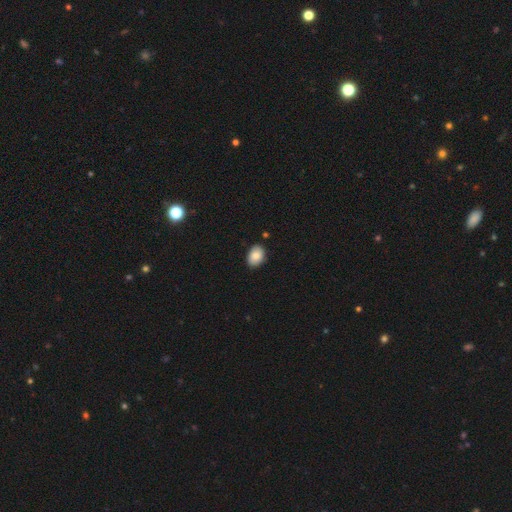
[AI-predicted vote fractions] smooth-or-featured: smooth: 85% | featured or disk: 8% | star or artifact: 7%
  how-rounded: in between: 85% | round: 14% | cigar-shaped: 1%
  merging: none: 86% | minor disturbance: 11% | major disturbance: 2% | merger: 2%